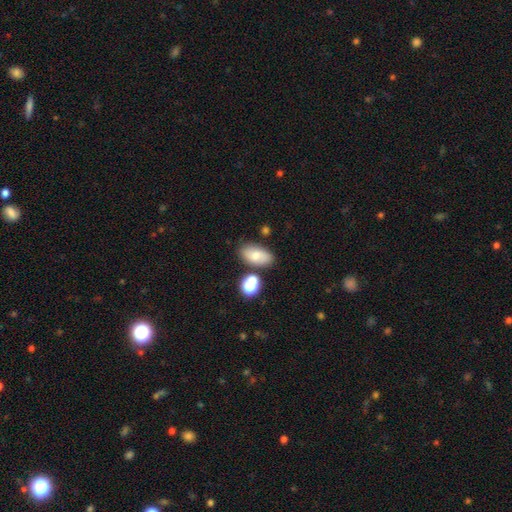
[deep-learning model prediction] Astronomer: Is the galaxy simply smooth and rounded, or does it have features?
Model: smooth — 72%.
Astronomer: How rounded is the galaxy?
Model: in between — 88%.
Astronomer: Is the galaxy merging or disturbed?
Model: none — 71%.